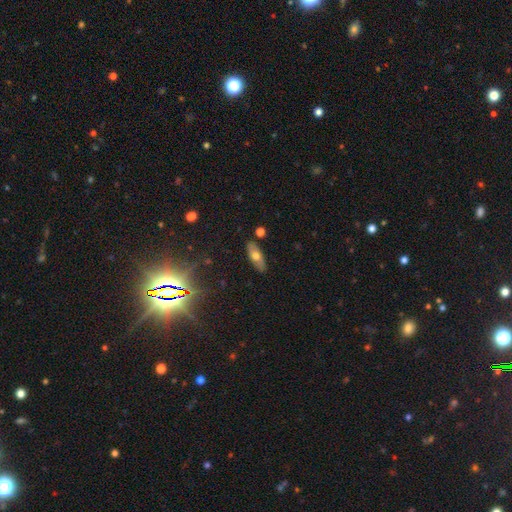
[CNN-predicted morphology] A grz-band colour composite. It shows a smooth galaxy with no disk features (58%) that is in between round and cigar-shaped (73%). Merging: none (85%).